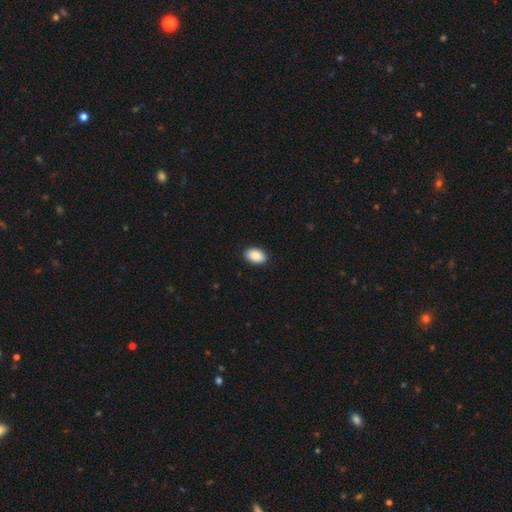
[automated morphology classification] Overall: smooth (89%). How rounded: in between (89%). Merging: none (90%).